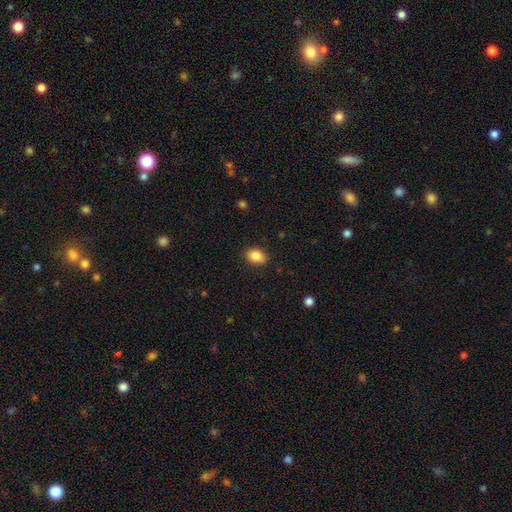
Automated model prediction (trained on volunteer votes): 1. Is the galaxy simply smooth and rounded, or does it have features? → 86% smooth, 8% star or artifact, 6% featured or disk.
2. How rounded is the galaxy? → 74% in between, 25% round, 1% cigar-shaped.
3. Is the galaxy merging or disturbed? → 86% none, 11% minor disturbance, 2% major disturbance, 1% merger.